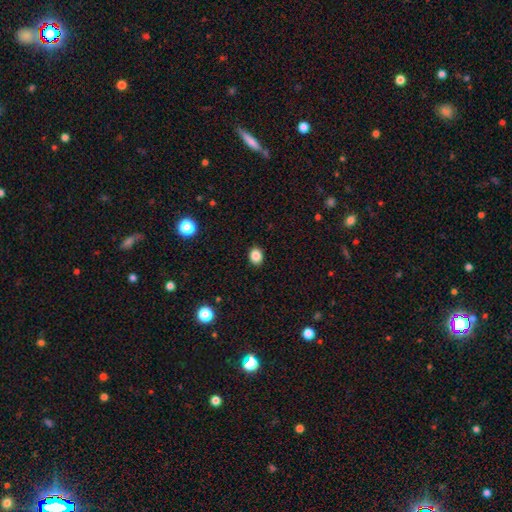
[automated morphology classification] A smooth galaxy with no disk features (86%) that is round (51%).

Vote fractions:
- Smooth or featured? smooth: 86% / star or artifact: 10% / featured or disk: 4%
- How rounded? round: 51% / in between: 48% / cigar-shaped: 1%
- Merging? none: 91% / minor disturbance: 6% / major disturbance: 2% / merger: 1%